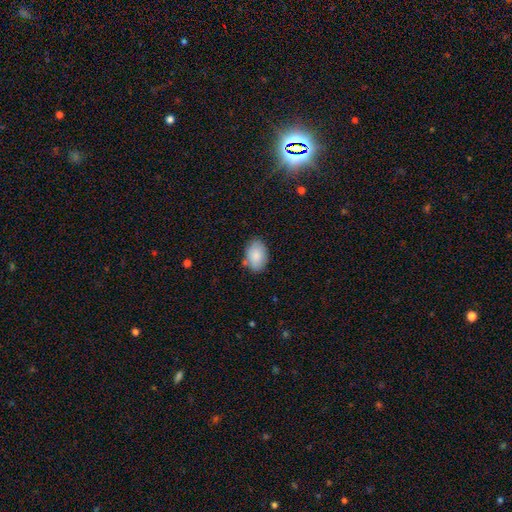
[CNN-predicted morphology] This is clearly a smooth galaxy (87%). How rounded: clearly in between (87%). Merging: likely none (77%).